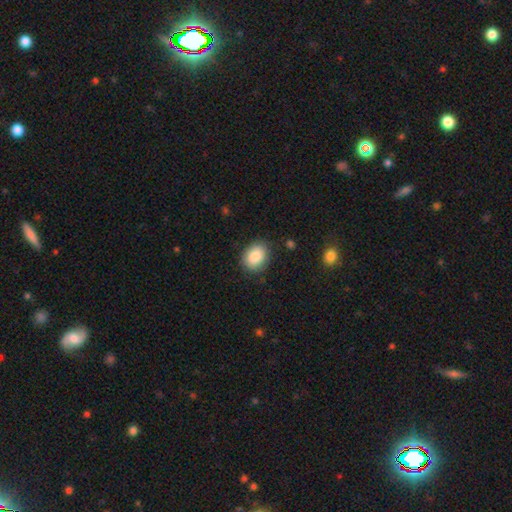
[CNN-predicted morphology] A smooth galaxy with no disk features (87%) that is in between round and cigar-shaped (63%).

Vote fractions:
- Smooth or featured? smooth: 87% / star or artifact: 7% / featured or disk: 6%
- How rounded? in between: 63% / round: 36% / cigar-shaped: 1%
- Merging? none: 83% / minor disturbance: 12% / major disturbance: 3% / merger: 1%